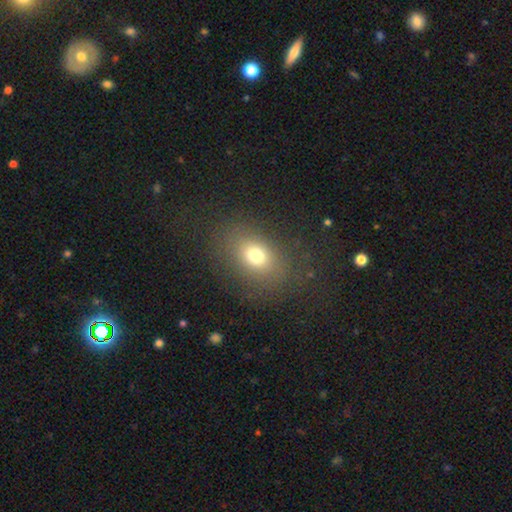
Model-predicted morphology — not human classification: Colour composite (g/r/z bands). It shows a smooth galaxy with no disk features (71%) that is in between round and cigar-shaped (69%). Merging: none (81%).